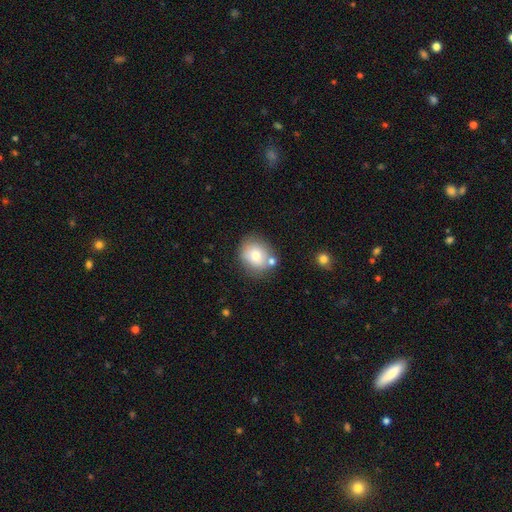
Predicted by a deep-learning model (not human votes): Overall: smooth (75%). How rounded: round (67%; in between 33%). Merging: none (65%).